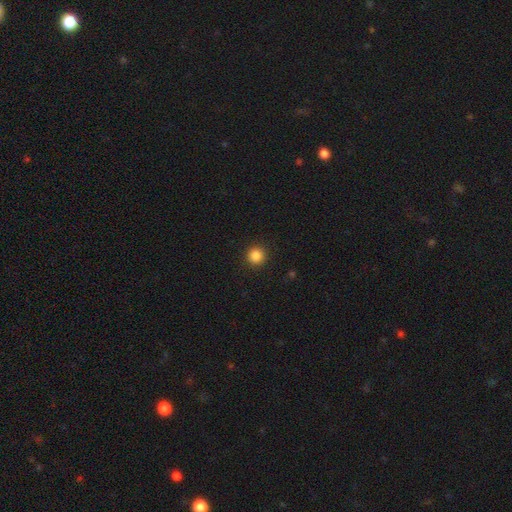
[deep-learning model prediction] Morphology: type=smooth (86%); roundness=round (95%); merging=none (92%).